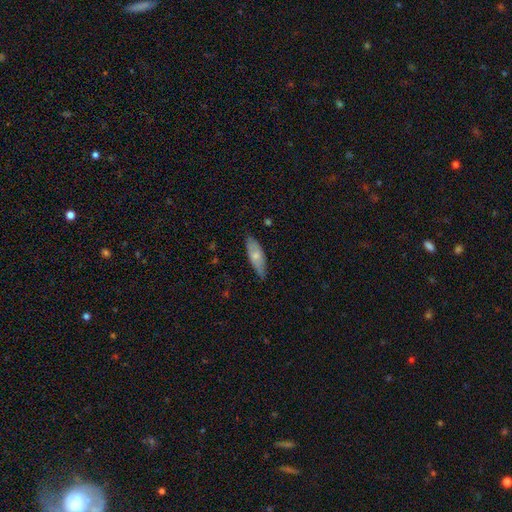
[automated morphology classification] Q: Smooth or featured?
A: smooth (64%); runner-up: featured or disk (30%)
Q: How rounded?
A: in between (65%); runner-up: cigar-shaped (33%)
Q: Merging?
A: none (74%); runner-up: minor disturbance (21%)